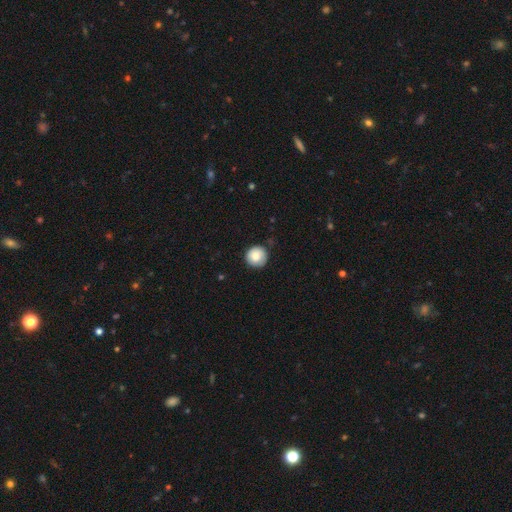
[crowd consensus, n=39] Smooth or featured? smooth (87%)
How rounded? round (97%)
Merging? none (79%)